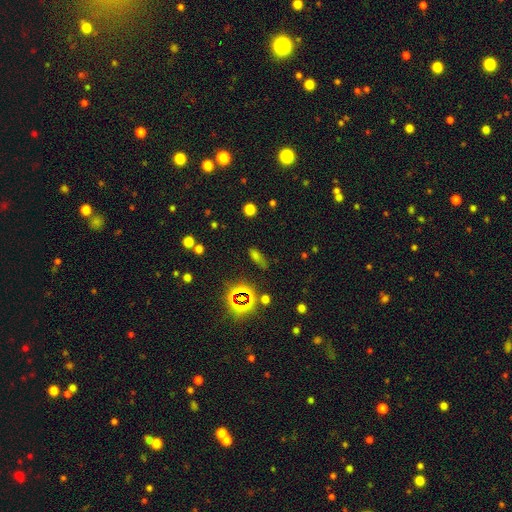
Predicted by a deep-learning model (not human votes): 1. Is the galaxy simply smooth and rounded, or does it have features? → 50% smooth, 38% star or artifact, 12% featured or disk.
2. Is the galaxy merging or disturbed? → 74% none, 16% minor disturbance, 6% major disturbance, 4% merger.